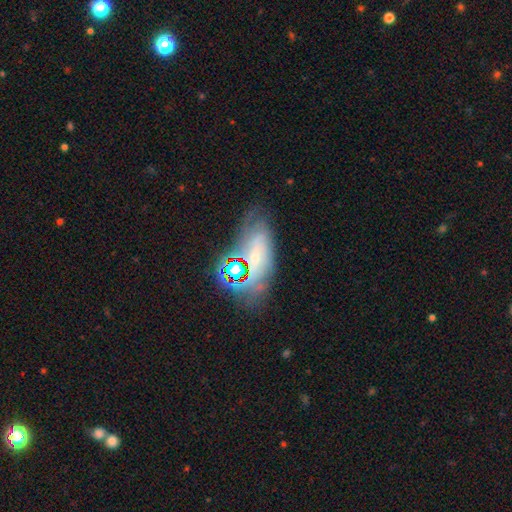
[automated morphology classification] The model was most divided on "smooth or featured": featured or disk: 48%, smooth: 30%, star or artifact: 22%. More confident: merging — none (62%).